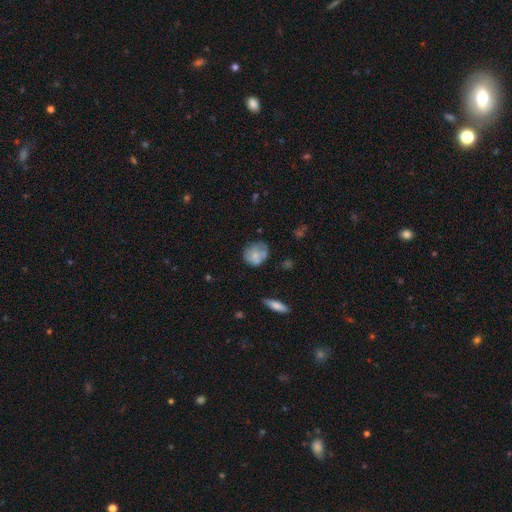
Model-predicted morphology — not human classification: This appears to be a smooth galaxy with no disk features (66%) that is round (67%). Merging: none (53%).